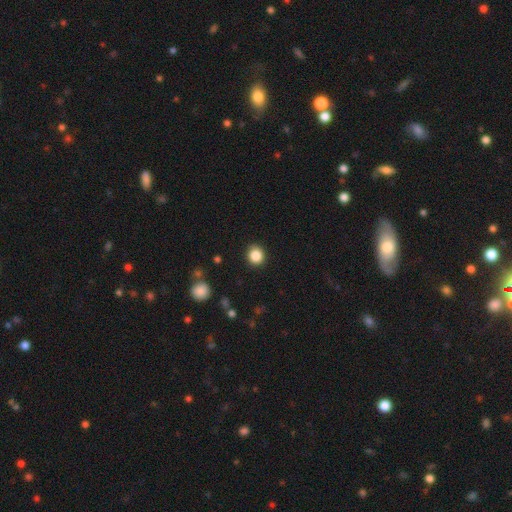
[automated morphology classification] Q: Smooth or featured?
A: smooth (87%); runner-up: star or artifact (10%)
Q: How rounded?
A: round (85%); runner-up: in between (14%)
Q: Merging?
A: none (89%); runner-up: minor disturbance (7%)